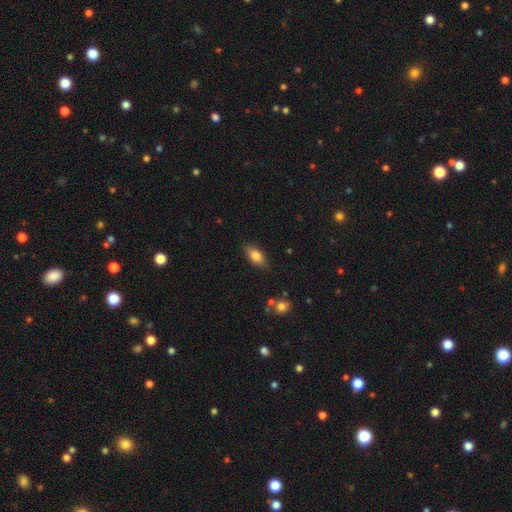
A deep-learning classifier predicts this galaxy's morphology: This appears to be a smooth galaxy with no disk features (80%) that is in between round and cigar-shaped (87%). Merging: none (83%).